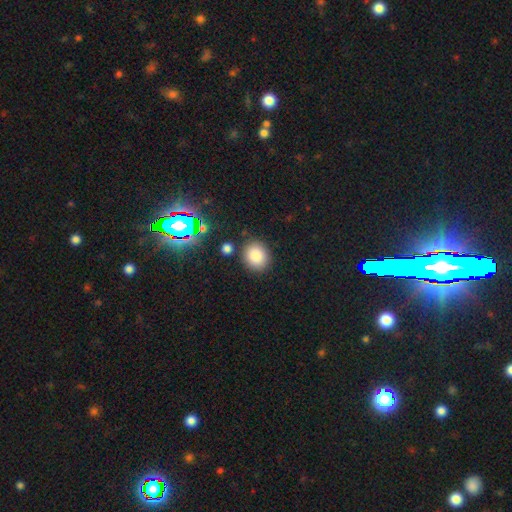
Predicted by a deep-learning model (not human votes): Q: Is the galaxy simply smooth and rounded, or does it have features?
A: smooth — 82%.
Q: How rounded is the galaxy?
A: round — 74%.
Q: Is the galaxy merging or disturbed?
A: none — 84%.